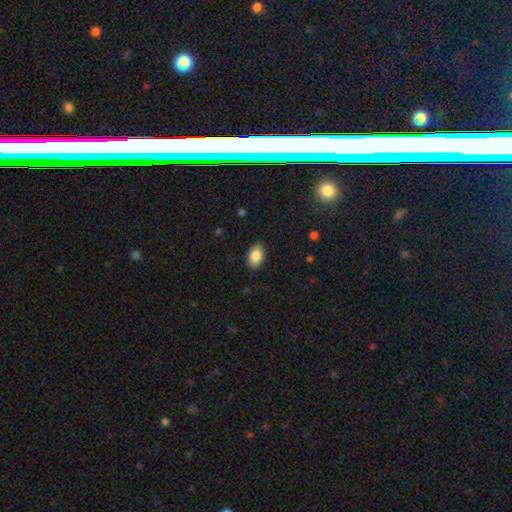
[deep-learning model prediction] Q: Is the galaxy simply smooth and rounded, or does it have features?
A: smooth — 86%.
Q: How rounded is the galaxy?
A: in between — 90%.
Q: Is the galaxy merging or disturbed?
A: none — 87%.